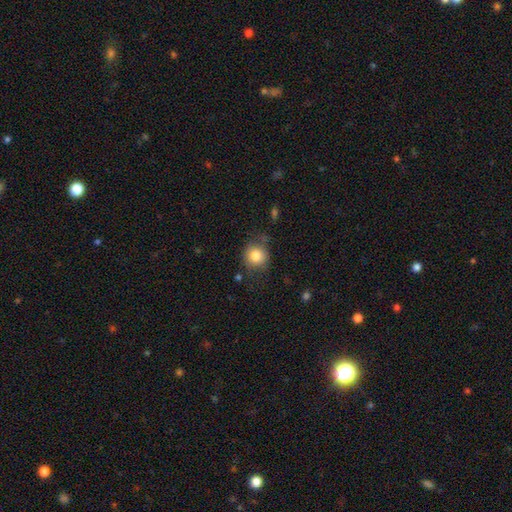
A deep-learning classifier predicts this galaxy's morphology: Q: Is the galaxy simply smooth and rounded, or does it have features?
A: smooth — 82%.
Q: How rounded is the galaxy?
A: round — 87%.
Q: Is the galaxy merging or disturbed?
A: none — 73%.